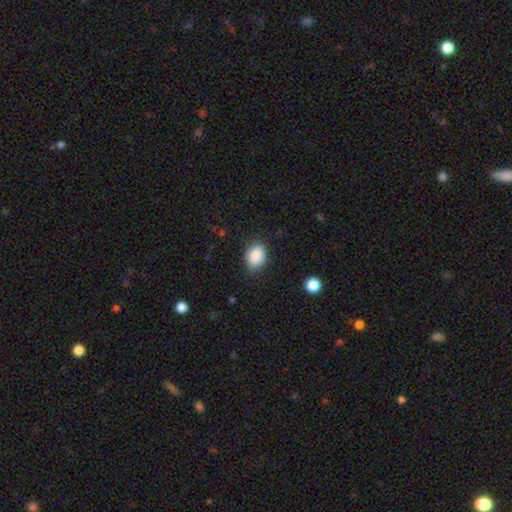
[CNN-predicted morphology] Overall: smooth (88%). How rounded: in between (69%; round 30%). Merging: none (82%).